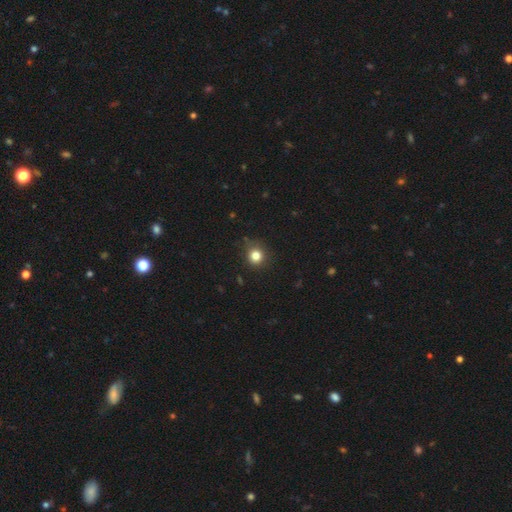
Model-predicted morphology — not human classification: Smooth or featured? Predicted: smooth (p=0.81). How rounded? Predicted: round (p=0.89). Merging? Predicted: none (p=0.83).